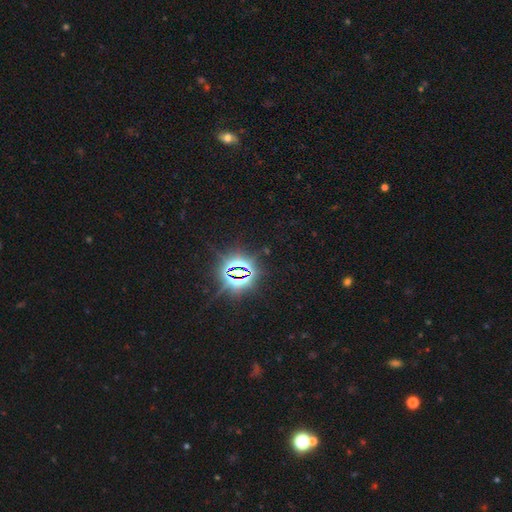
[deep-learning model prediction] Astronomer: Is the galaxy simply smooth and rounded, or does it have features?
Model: star or artifact — 84%.